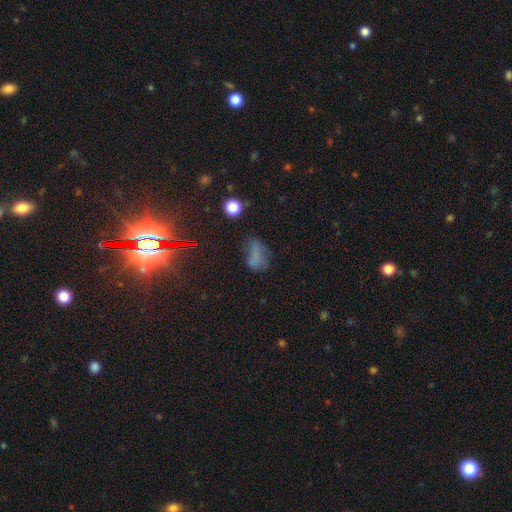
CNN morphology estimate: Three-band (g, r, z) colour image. It shows a smooth galaxy with no disk features (58%) that is in between round and cigar-shaped (79%). Merging: none (41%).